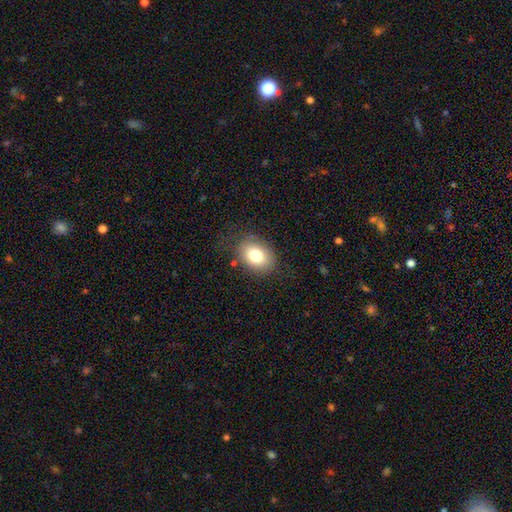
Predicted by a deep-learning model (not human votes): smooth_or_featured: smooth (p=0.78) [alt: featured or disk p=0.12]
how_rounded: in between (p=0.66) [alt: round p=0.33]
merging: none (p=0.80) [alt: minor disturbance p=0.14]